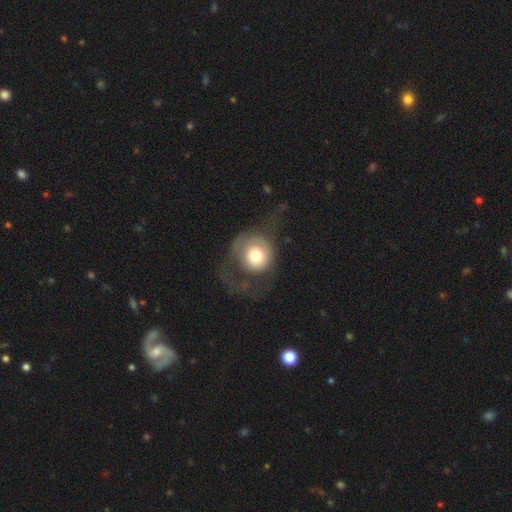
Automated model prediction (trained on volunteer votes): A smooth galaxy with no disk features (57%) that is round (83%). Merging: major disturbance (50%).